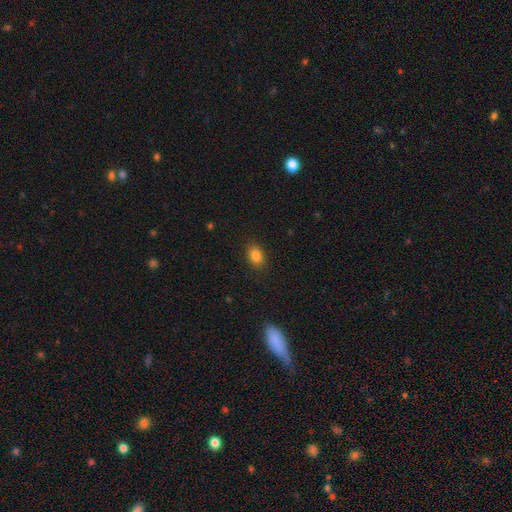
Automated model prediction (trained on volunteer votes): smooth 83%, star or artifact 11%, featured or disk 6%. Down the decision tree: how rounded — in between (73%); merging — none (87%).